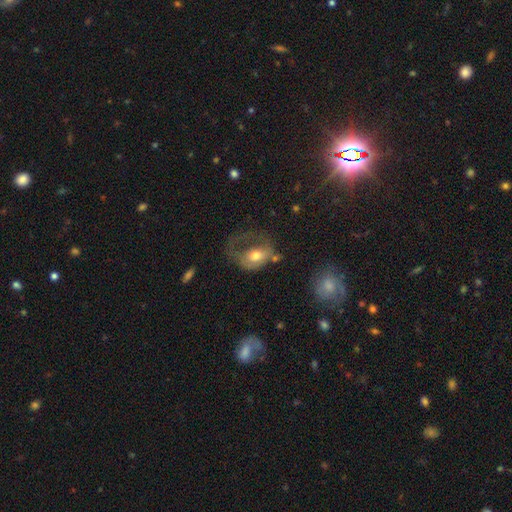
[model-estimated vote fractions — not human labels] A smooth galaxy with no disk features (53%) that is in between round and cigar-shaped (68%).

Vote fractions:
- Smooth or featured? smooth: 53% / featured or disk: 39% / star or artifact: 8%
- How rounded? in between: 68% / round: 30% / cigar-shaped: 2%
- Merging? major disturbance: 55% / none: 20% / minor disturbance: 19% / merger: 6%